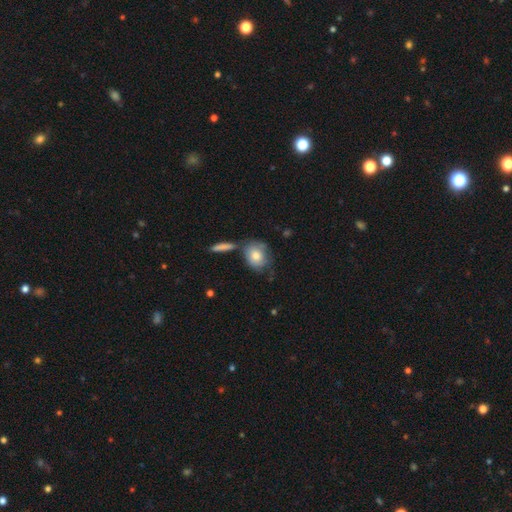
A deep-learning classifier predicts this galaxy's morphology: A smooth galaxy with no disk features (74%) that is round (51%). Merging: none (53%).